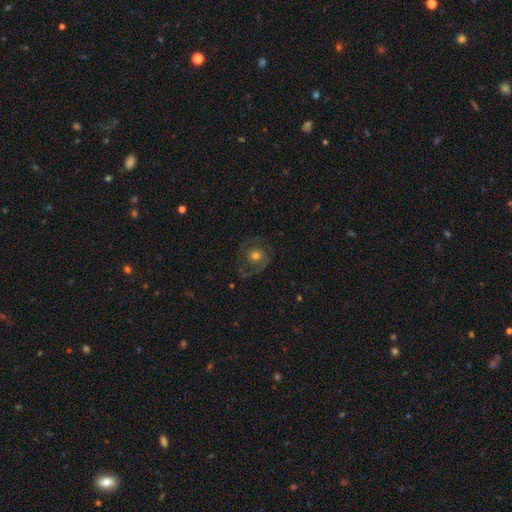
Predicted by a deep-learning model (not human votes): Q: Smooth or featured?
A: featured or disk (52%); runner-up: smooth (38%)
Q: Edge-on disk?
A: no (96%); runner-up: yes (4%)
Q: Merging?
A: none (66%); runner-up: minor disturbance (17%)